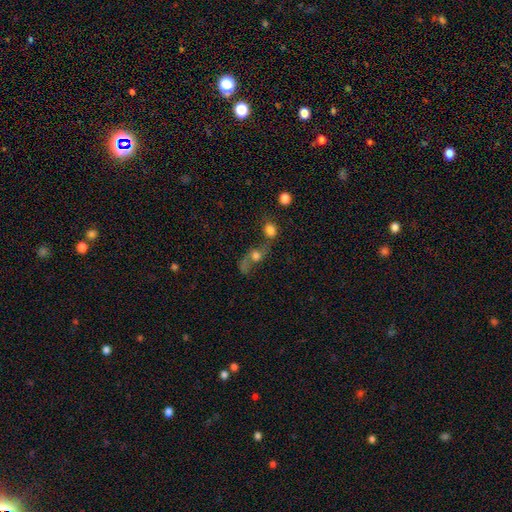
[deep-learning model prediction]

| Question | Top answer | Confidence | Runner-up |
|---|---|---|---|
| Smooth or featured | smooth | 41% | featured or disk (33%) |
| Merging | merger | 47% | none (30%) |